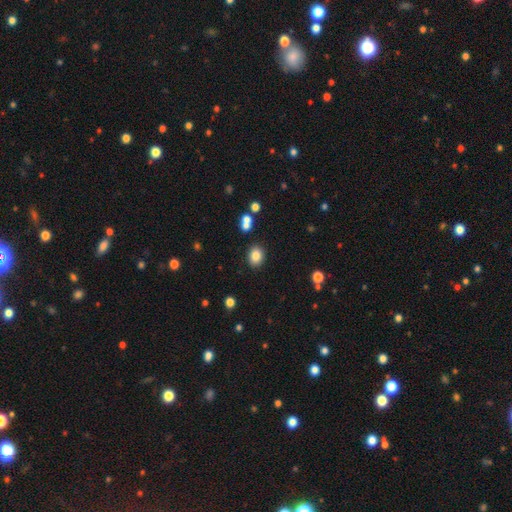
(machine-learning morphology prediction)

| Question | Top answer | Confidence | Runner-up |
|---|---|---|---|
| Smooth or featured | smooth | 83% | star or artifact (10%) |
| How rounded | in between | 53% | round (46%) |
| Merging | none | 85% | minor disturbance (8%) |